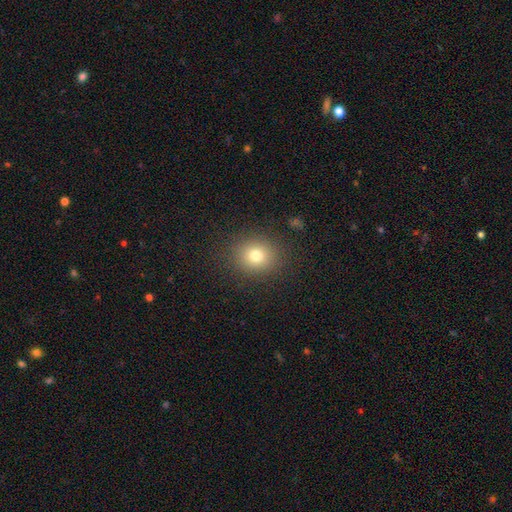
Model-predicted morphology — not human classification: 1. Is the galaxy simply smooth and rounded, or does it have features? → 77% smooth, 14% star or artifact, 9% featured or disk.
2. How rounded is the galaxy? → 78% round, 22% in between, 1% cigar-shaped.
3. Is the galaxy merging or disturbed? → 88% none, 8% minor disturbance, 3% major disturbance, 1% merger.